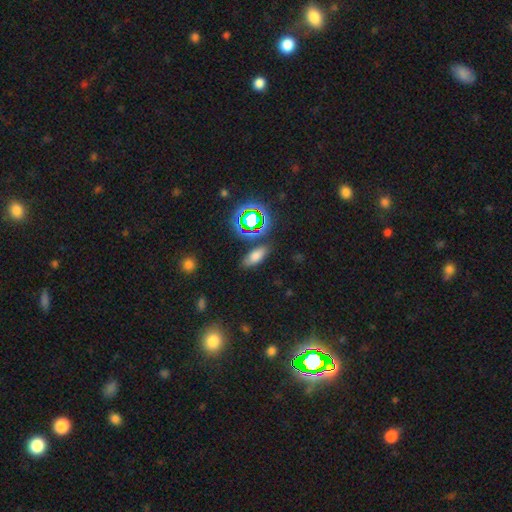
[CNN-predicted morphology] Smooth or featured? Predicted: smooth (p=0.66). How rounded? Predicted: in between (p=0.75). Merging? Predicted: none (p=0.81).